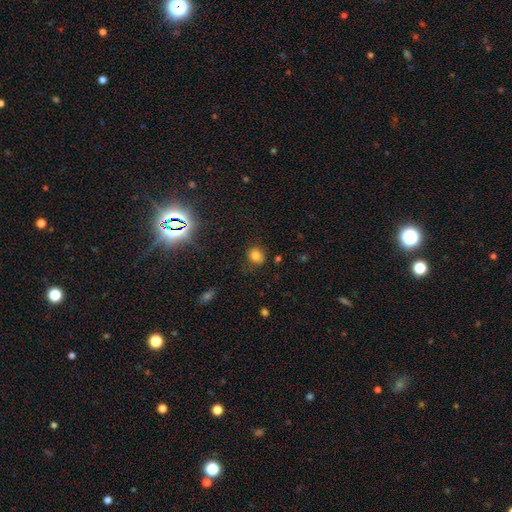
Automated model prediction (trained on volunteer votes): smooth_or_featured: smooth (p=0.79) [alt: star or artifact p=0.15]
how_rounded: round (p=0.70) [alt: in between p=0.29]
merging: none (p=0.80) [alt: minor disturbance p=0.14]